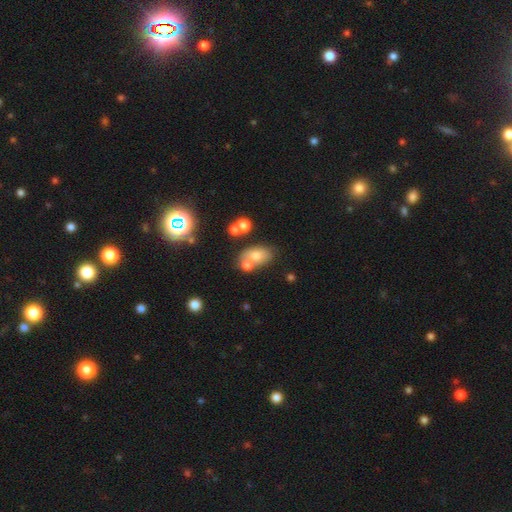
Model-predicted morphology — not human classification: The model was most divided on "merging": none: 42%, merger: 37%, minor disturbance: 14%, major disturbance: 6%. More confident: how rounded — in between (83%); smooth or featured — smooth (69%).